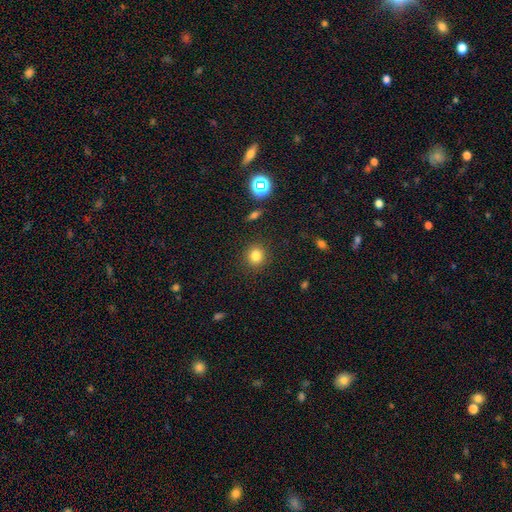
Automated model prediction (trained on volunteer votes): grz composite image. It shows a smooth galaxy with no disk features (81%) that is round (87%). Merging: none (90%).